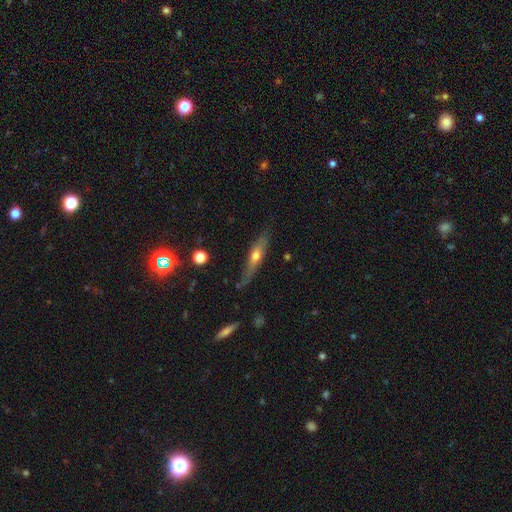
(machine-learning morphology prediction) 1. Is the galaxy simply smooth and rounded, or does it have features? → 49% featured or disk, 45% smooth, 7% star or artifact.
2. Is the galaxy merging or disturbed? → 69% none, 23% minor disturbance, 6% major disturbance, 3% merger.